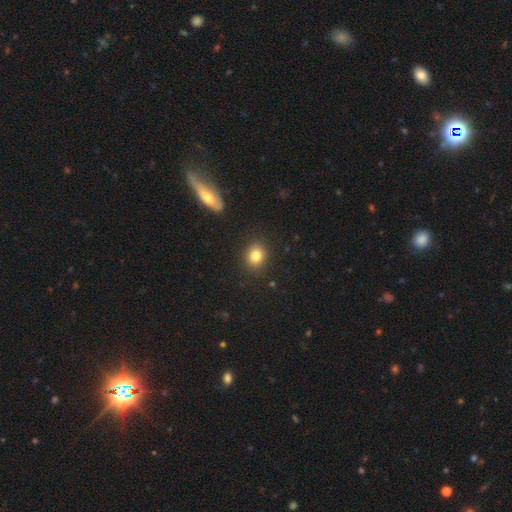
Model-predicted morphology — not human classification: smooth-or-featured: smooth: 83% | star or artifact: 10% | featured or disk: 7%
  how-rounded: round: 59% | in between: 40% | cigar-shaped: 1%
  merging: none: 88% | minor disturbance: 8% | major disturbance: 3% | merger: 2%